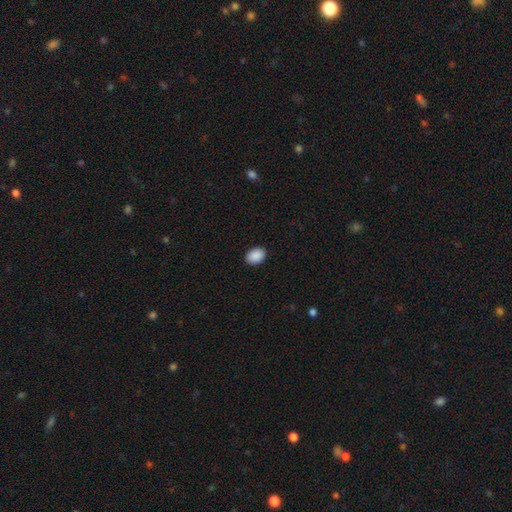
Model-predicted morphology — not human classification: This is clearly a smooth galaxy (91%). How rounded: likely in between (78%). Merging: clearly none (91%).